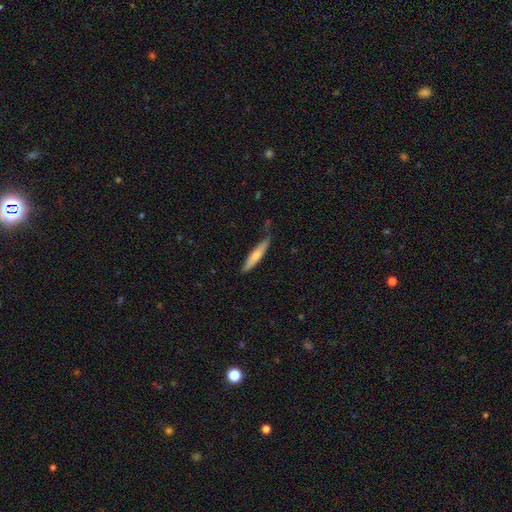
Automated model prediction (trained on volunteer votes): A smooth galaxy with no disk features (67%) that is cigar-shaped (86%).

Vote fractions:
- Smooth or featured? smooth: 67% / featured or disk: 28% / star or artifact: 5%
- How rounded? cigar-shaped: 86% / in between: 12% / round: 2%
- Merging? none: 66% / minor disturbance: 26% / major disturbance: 5% / merger: 3%